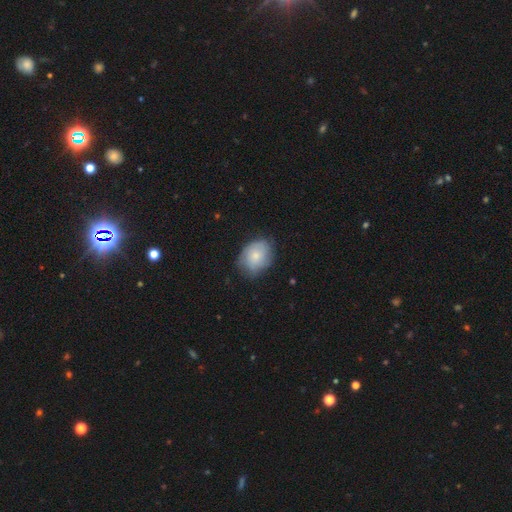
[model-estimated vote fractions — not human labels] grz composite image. It shows a smooth galaxy with no disk features (71%) that is in between round and cigar-shaped (65%). Merging: none (66%).